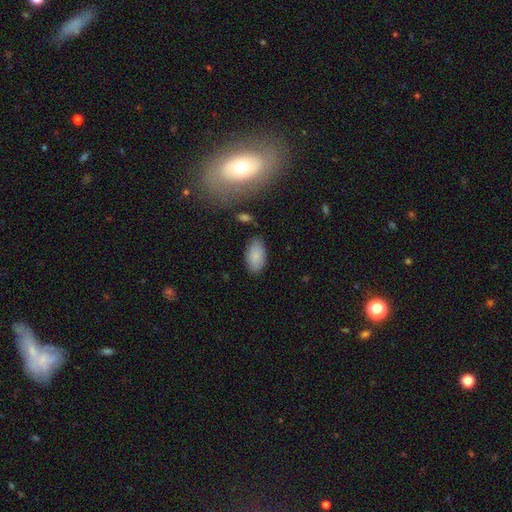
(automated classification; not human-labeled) The model was most divided on "merging": none: 80%, minor disturbance: 14%, major disturbance: 3%, merger: 2%. More confident: how rounded — in between (94%); smooth or featured — smooth (85%).